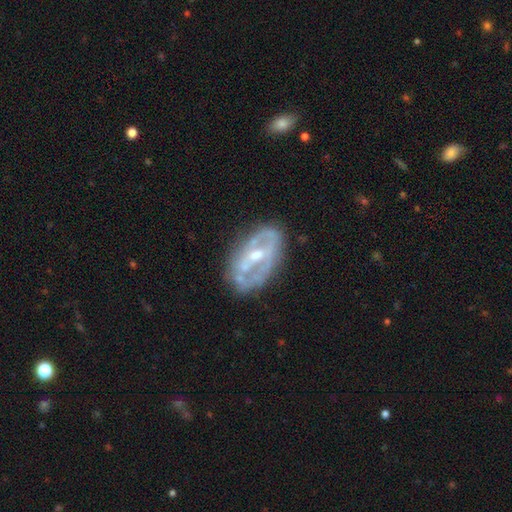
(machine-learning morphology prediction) Overall: featured or disk (77%). Edge-on disk: no (93%). Bar: weak (35%; strong 34%). Spiral arms: no (53%; yes 47%). Bulge size: moderate (64%; small 29%). Merging: none (68%).